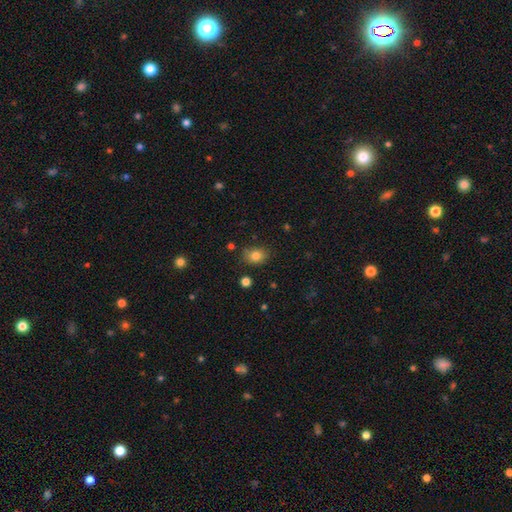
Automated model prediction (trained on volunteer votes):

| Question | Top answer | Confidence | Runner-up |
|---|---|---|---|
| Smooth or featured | smooth | 82% | star or artifact (11%) |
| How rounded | in between | 60% | round (39%) |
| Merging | none | 80% | minor disturbance (14%) |